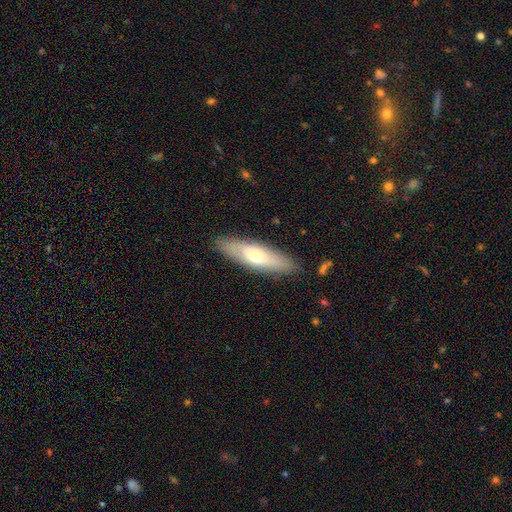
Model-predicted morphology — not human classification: Smooth or featured?
  - smooth: 60% *
  - featured or disk: 34%
  - star or artifact: 6%
How rounded?
  - cigar-shaped: 53% *
  - in between: 45%
  - round: 2%
Merging?
  - none: 87% *
  - minor disturbance: 9%
  - major disturbance: 2%
  - merger: 1%